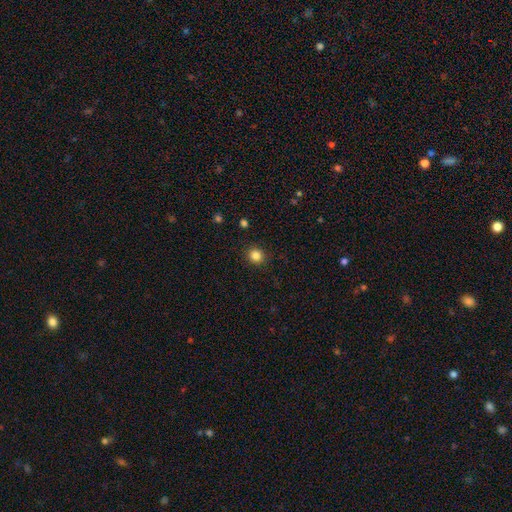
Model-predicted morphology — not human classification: A smooth galaxy with no disk features (85%) that is round (89%). Merging: none (91%).